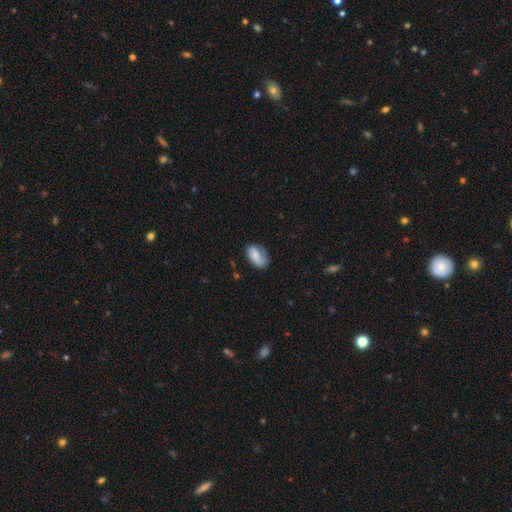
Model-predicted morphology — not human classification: A smooth galaxy with no disk features (73%) that is in between round and cigar-shaped (91%). Merging: none (62%).